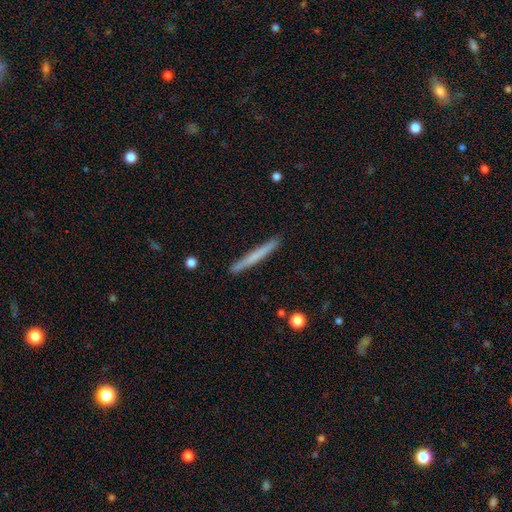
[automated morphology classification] smooth_or_featured: smooth (p=0.62) [alt: featured or disk p=0.33]
how_rounded: cigar-shaped (p=0.97) [alt: in between p=0.02]
merging: none (p=0.90) [alt: minor disturbance p=0.07]